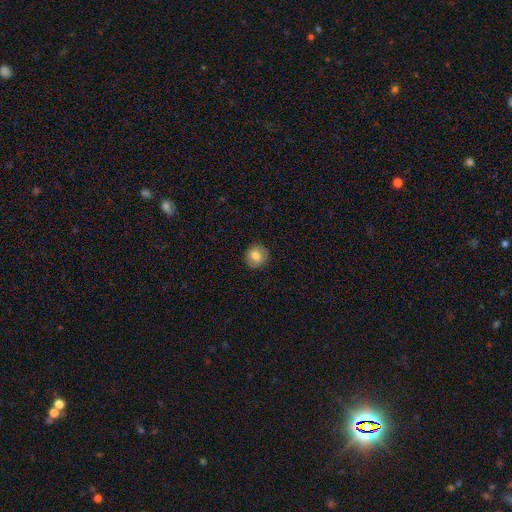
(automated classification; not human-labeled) Smooth or featured?
  - smooth: 79% *
  - featured or disk: 12%
  - star or artifact: 9%
How rounded?
  - round: 90% *
  - in between: 9%
  - cigar-shaped: 1%
Merging?
  - none: 90% *
  - minor disturbance: 7%
  - major disturbance: 2%
  - merger: 1%